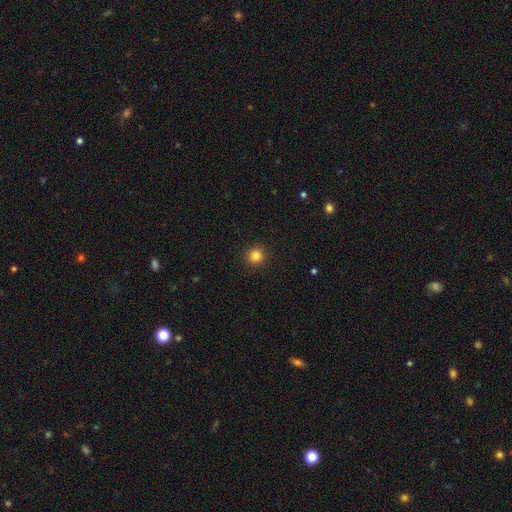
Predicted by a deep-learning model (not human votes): Smooth or featured: smooth — 84% (star or artifact — 12%)
How rounded: round — 95% (in between — 4%)
Merging: none — 93% (minor disturbance — 5%)